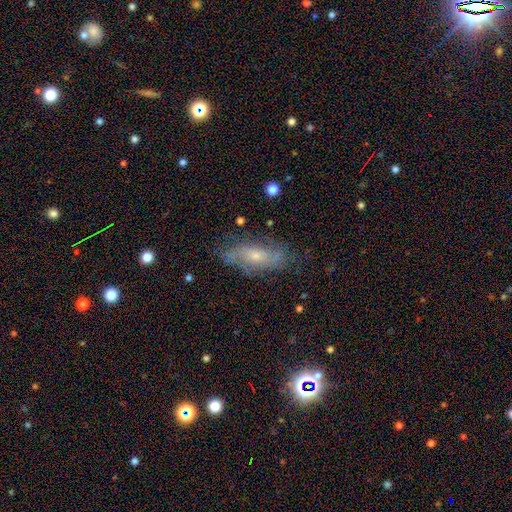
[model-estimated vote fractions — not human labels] This is possibly a featured or disk galaxy (59%). It is likely not viewed edge-on (78%). Merging: likely none (74%).